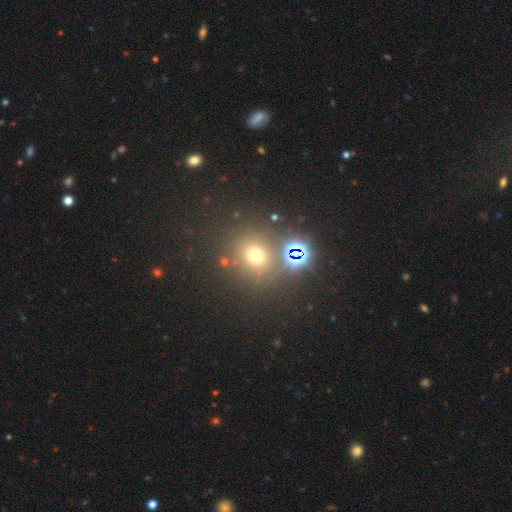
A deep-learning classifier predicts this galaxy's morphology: A smooth galaxy with no disk features (61%) that is round (85%).

Vote fractions:
- Smooth or featured? smooth: 61% / star or artifact: 30% / featured or disk: 9%
- How rounded? round: 85% / in between: 14% / cigar-shaped: 1%
- Merging? none: 77% / minor disturbance: 9% / merger: 8% / major disturbance: 5%